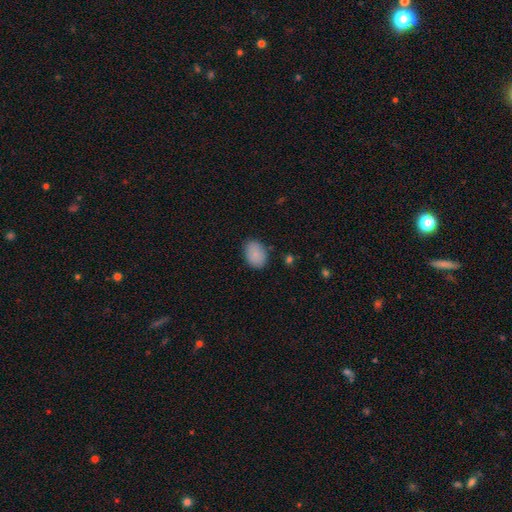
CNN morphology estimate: type=smooth (85%); roundness=in between (79%); merging=none (82%).